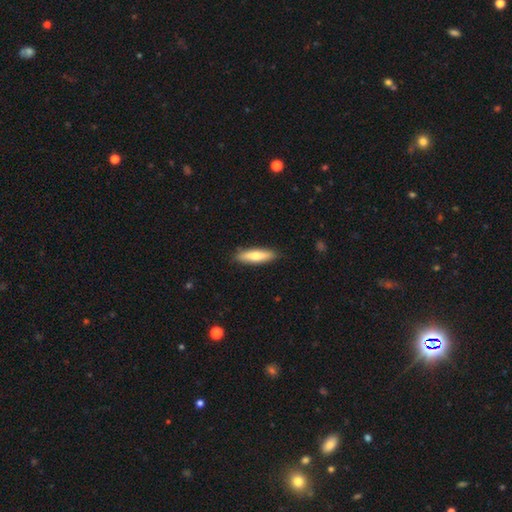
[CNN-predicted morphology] Smooth or featured? Predicted: smooth (p=0.67). How rounded? Predicted: cigar-shaped (p=0.69). Merging? Predicted: none (p=0.89).